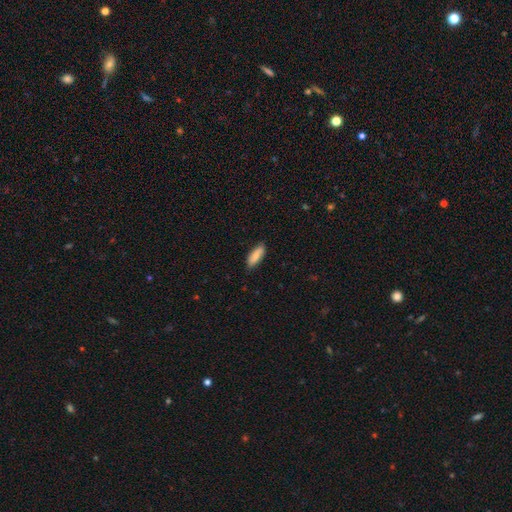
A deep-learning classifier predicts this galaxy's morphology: smooth_or_featured: smooth (p=0.82) [alt: featured or disk p=0.12]
how_rounded: in between (p=0.66) [alt: cigar-shaped p=0.33]
merging: none (p=0.83) [alt: minor disturbance p=0.14]